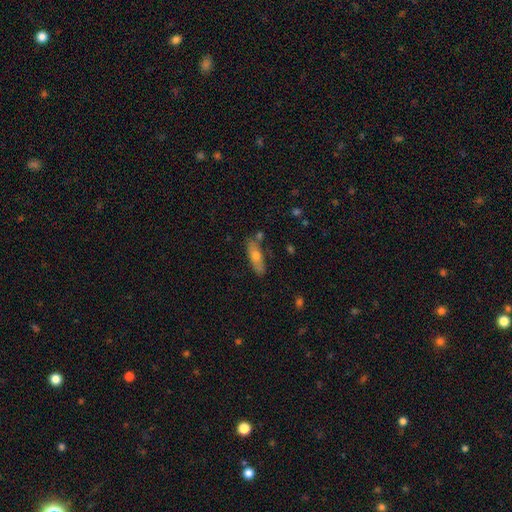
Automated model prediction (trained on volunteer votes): smooth-or-featured: smooth: 57% | featured or disk: 35% | star or artifact: 7%
  how-rounded: cigar-shaped: 56% | in between: 41% | round: 3%
  merging: none: 74% | minor disturbance: 16% | merger: 7% | major disturbance: 3%